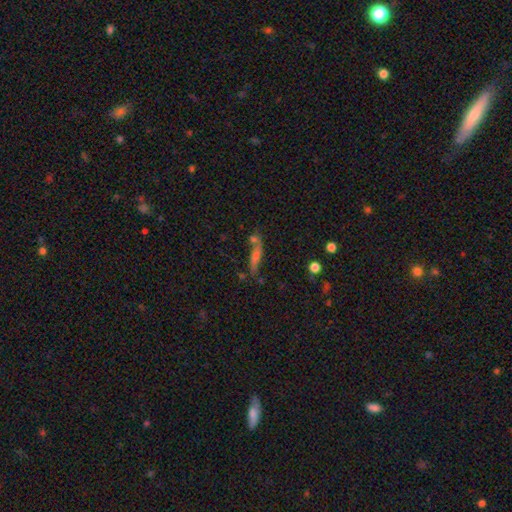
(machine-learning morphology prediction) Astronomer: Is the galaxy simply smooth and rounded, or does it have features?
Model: smooth — 50% (runner-up: featured or disk, 34%).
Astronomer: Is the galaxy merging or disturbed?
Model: none — 59%.